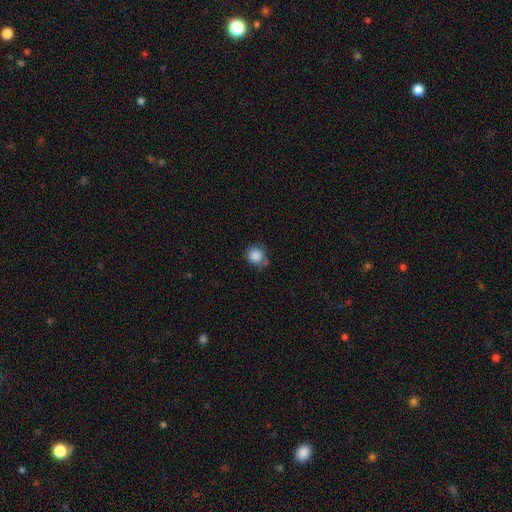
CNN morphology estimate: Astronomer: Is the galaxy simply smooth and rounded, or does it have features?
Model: smooth — 87%.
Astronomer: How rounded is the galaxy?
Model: round — 88%.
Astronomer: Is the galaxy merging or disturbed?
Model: none — 67%.